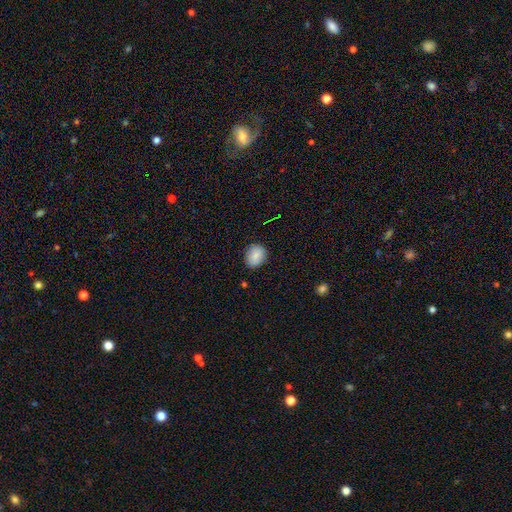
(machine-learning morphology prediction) Smooth or featured?
  - smooth: 85% *
  - star or artifact: 8%
  - featured or disk: 7%
How rounded?
  - round: 52% *
  - in between: 47%
  - cigar-shaped: 1%
Merging?
  - none: 83% *
  - minor disturbance: 13%
  - major disturbance: 2%
  - merger: 1%